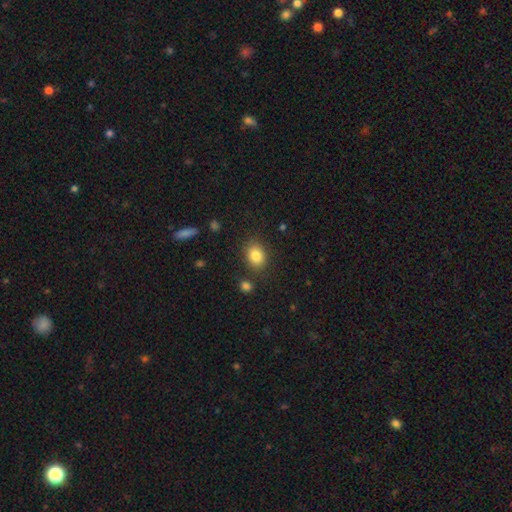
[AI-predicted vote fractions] smooth-or-featured: smooth: 84% | star or artifact: 9% | featured or disk: 7%
  how-rounded: in between: 60% | round: 39% | cigar-shaped: 1%
  merging: none: 81% | minor disturbance: 11% | merger: 4% | major disturbance: 4%